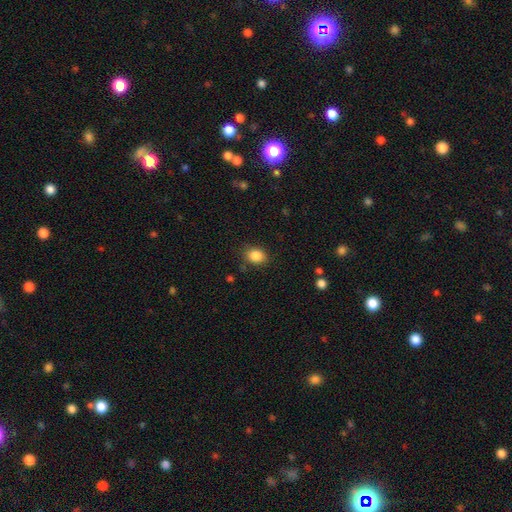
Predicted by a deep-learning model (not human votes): Smooth or featured?
  - smooth: 86% *
  - star or artifact: 9%
  - featured or disk: 4%
How rounded?
  - in between: 54% *
  - round: 45%
  - cigar-shaped: 1%
Merging?
  - none: 83% *
  - minor disturbance: 12%
  - major disturbance: 3%
  - merger: 2%